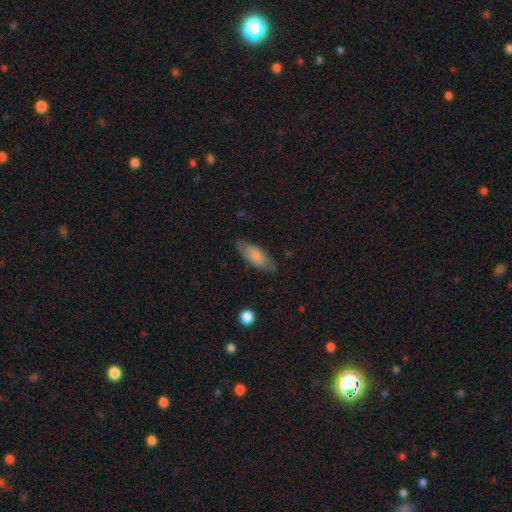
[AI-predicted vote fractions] A smooth galaxy with no disk features (76%) that is in between round and cigar-shaped (75%).

Vote fractions:
- Smooth or featured? smooth: 76% / featured or disk: 18% / star or artifact: 6%
- How rounded? in between: 75% / cigar-shaped: 23% / round: 2%
- Merging? none: 78% / minor disturbance: 17% / major disturbance: 4% / merger: 1%